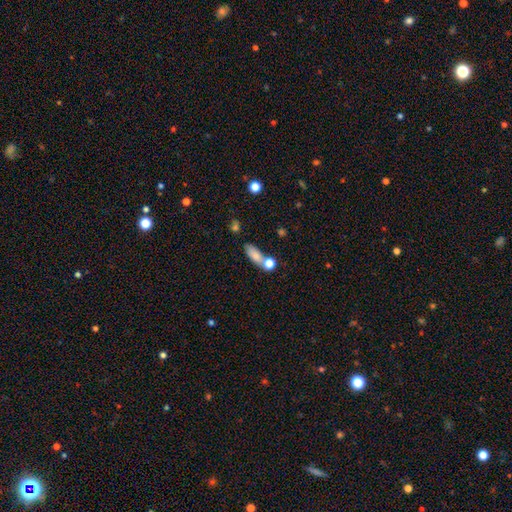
Smooth or featured? 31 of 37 (84%) said smooth. How rounded? 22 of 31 (71%) said in between. Merging? 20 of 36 (56%) said none.